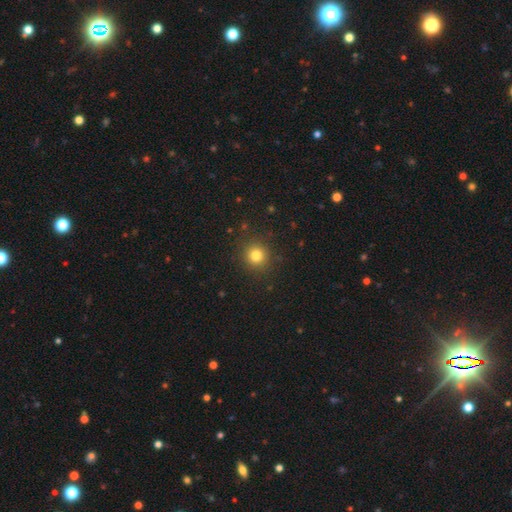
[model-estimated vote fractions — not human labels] Q: Smooth or featured?
A: smooth (80%); runner-up: star or artifact (14%)
Q: How rounded?
A: round (92%); runner-up: in between (7%)
Q: Merging?
A: none (89%); runner-up: minor disturbance (7%)